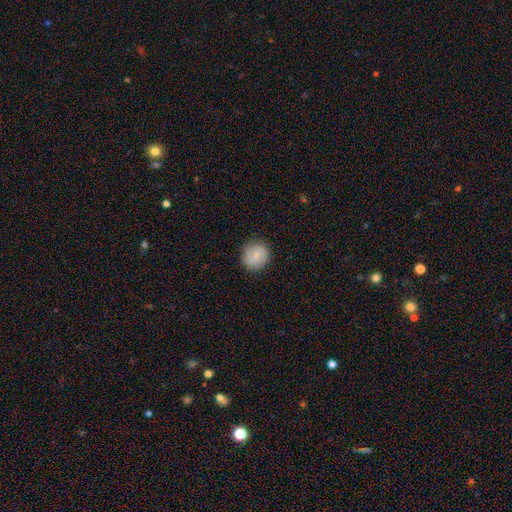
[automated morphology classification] Smooth or featured? smooth (76%)
How rounded? round (89%)
Merging? none (85%)